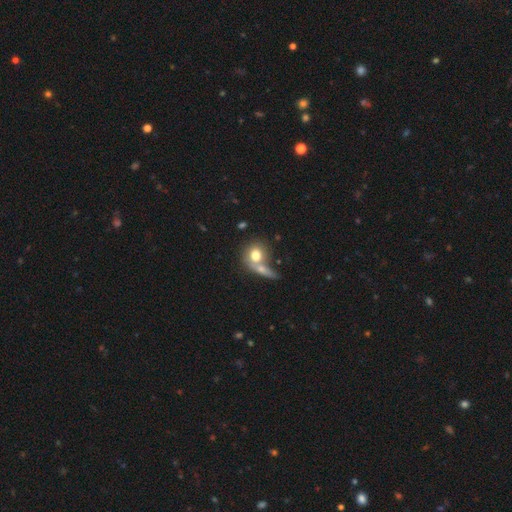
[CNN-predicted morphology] Overall: smooth (72%). How rounded: round (70%). Merging: merger (47%; none 36%).